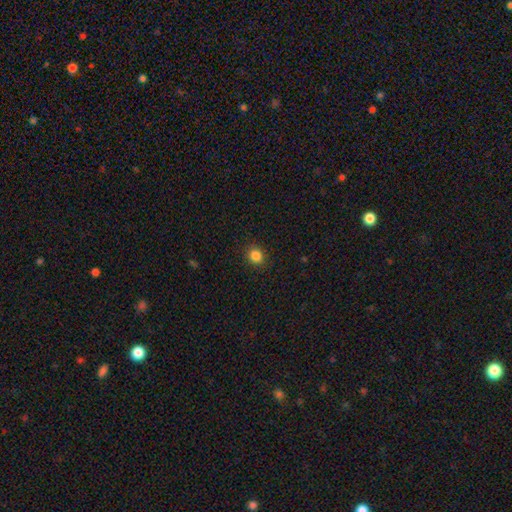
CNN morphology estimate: smooth 85%, star or artifact 11%, featured or disk 4%. Down the decision tree: how rounded — round (77%); merging — none (90%).